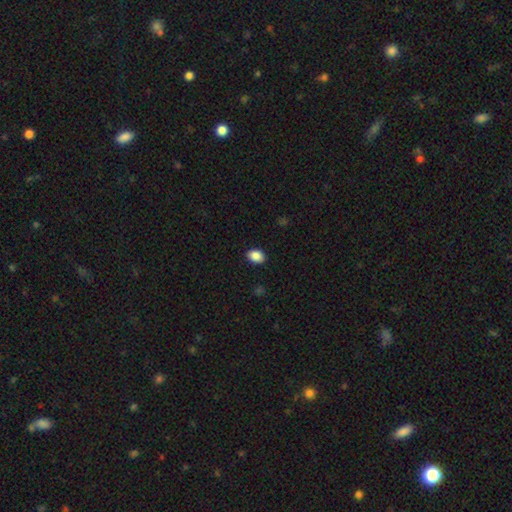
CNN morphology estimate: This appears to be a smooth galaxy with no disk features (88%) that is in between round and cigar-shaped (77%). Merging: none (90%).